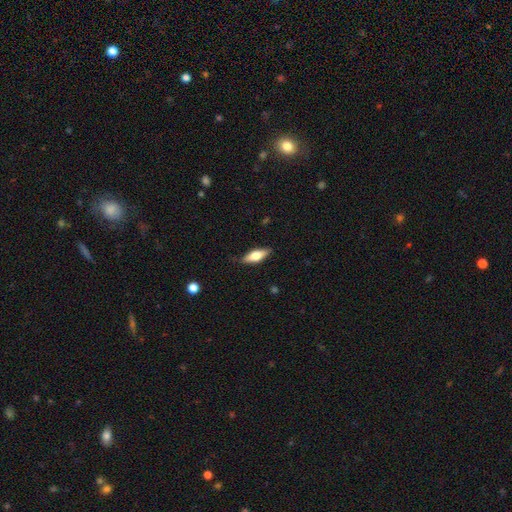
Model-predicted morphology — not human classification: A smooth galaxy with no disk features (58%) that is in between round and cigar-shaped (60%).

Vote fractions:
- Smooth or featured? smooth: 58% / featured or disk: 36% / star or artifact: 6%
- How rounded? in between: 60% / cigar-shaped: 37% / round: 3%
- Merging? none: 84% / minor disturbance: 13% / major disturbance: 2% / merger: 1%